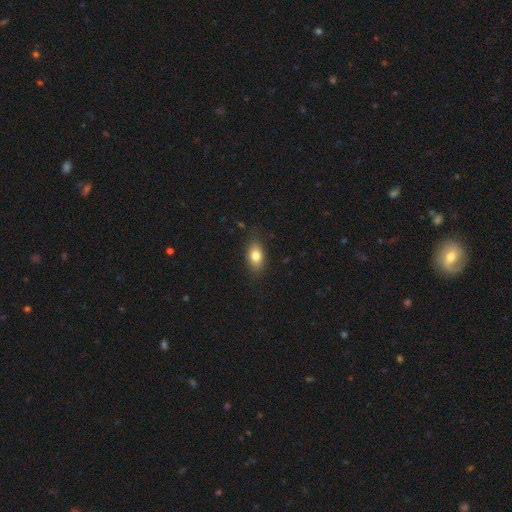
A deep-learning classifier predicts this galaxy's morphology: Smooth or featured? Predicted: smooth (p=0.78). How rounded? Predicted: in between (p=0.84). Merging? Predicted: none (p=0.81).